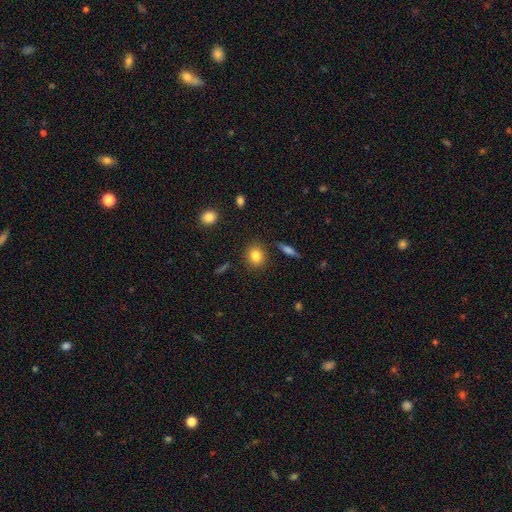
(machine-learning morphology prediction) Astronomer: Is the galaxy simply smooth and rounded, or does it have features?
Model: smooth — 82%.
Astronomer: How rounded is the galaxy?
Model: round — 76%.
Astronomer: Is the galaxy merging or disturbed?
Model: none — 89%.